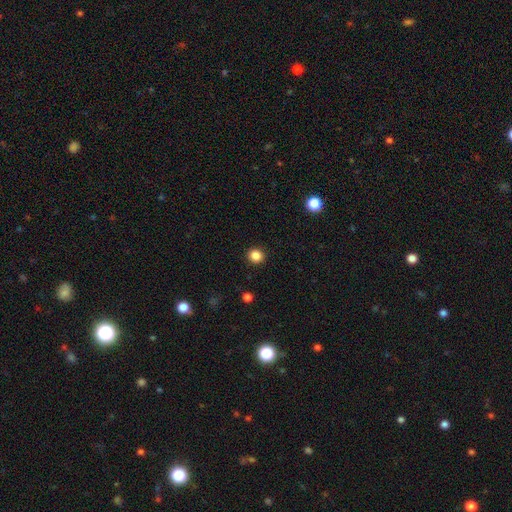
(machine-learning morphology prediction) Smooth or featured? smooth (85%)
How rounded? round (88%)
Merging? none (92%)